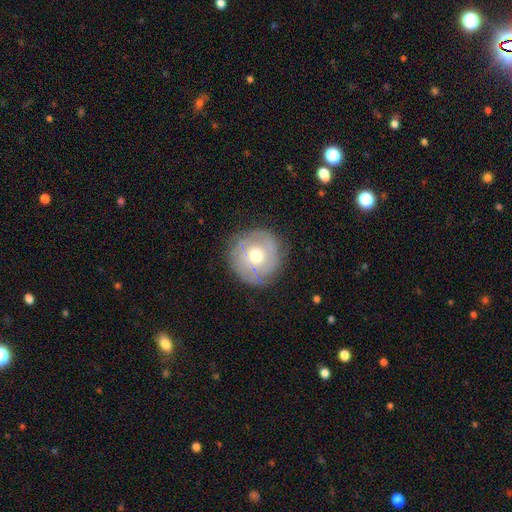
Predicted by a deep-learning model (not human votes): Smooth or featured?
  - featured or disk: 51% *
  - smooth: 41%
  - star or artifact: 9%
Edge-on disk?
  - no: 96% *
  - yes: 4%
Merging?
  - none: 82% *
  - minor disturbance: 12%
  - major disturbance: 4%
  - merger: 1%